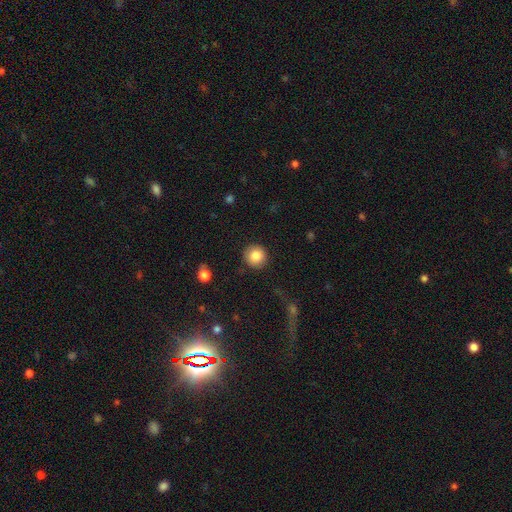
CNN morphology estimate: Smooth or featured?
  - smooth: 85% *
  - star or artifact: 9%
  - featured or disk: 6%
How rounded?
  - round: 94% *
  - in between: 5%
  - cigar-shaped: 1%
Merging?
  - none: 90% *
  - minor disturbance: 7%
  - major disturbance: 2%
  - merger: 1%